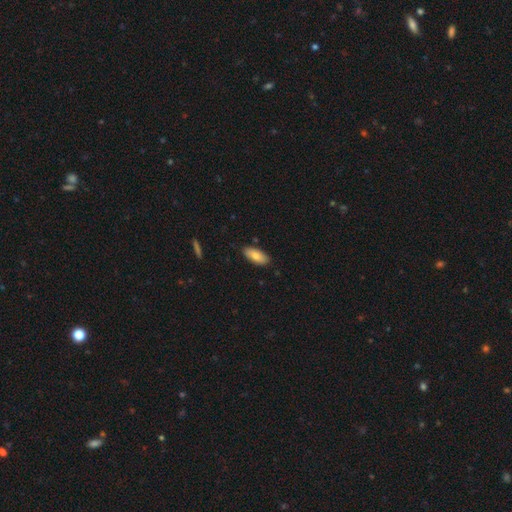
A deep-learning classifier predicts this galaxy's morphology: A smooth galaxy with no disk features (79%) that is in between round and cigar-shaped (85%). Merging: none (86%).